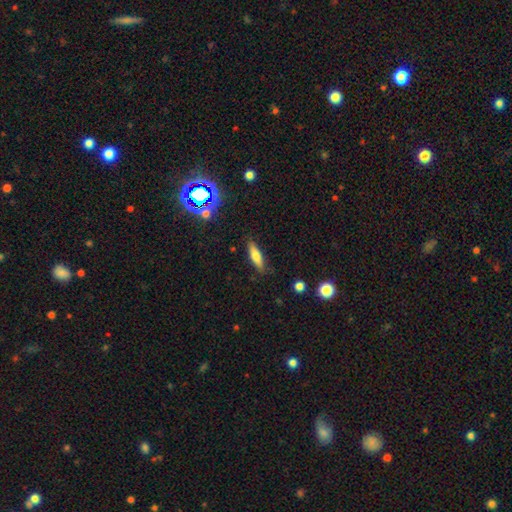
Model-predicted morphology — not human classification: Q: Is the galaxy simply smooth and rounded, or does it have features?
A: smooth — 66%.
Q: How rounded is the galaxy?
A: cigar-shaped — 63%.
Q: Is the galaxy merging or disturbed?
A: none — 84%.